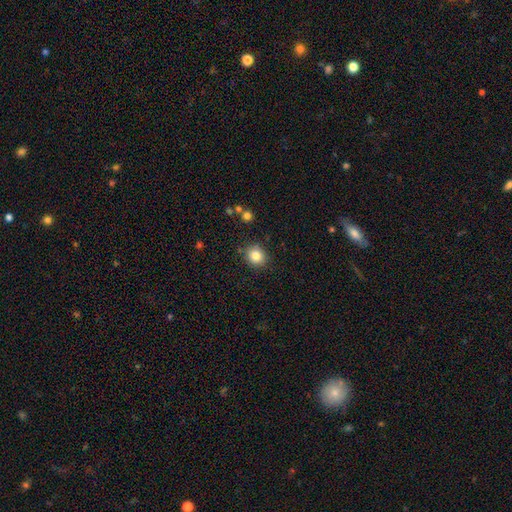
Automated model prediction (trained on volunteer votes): This appears to be a smooth galaxy with no disk features (82%) that is round (82%). Merging: none (86%).